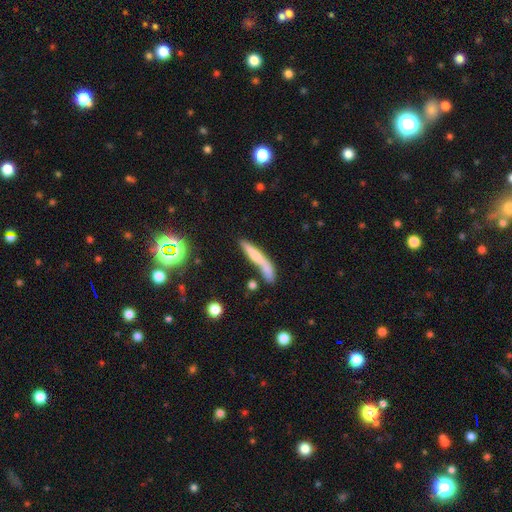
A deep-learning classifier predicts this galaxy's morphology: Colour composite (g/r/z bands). It shows a smooth galaxy with no disk features (63%) that is cigar-shaped (89%). Merging: none (45%).